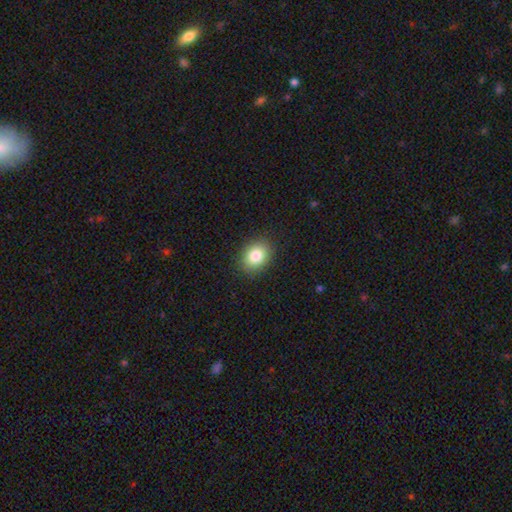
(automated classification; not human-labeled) Morphology: type=smooth (84%); roundness=in between (61%); merging=none (89%).